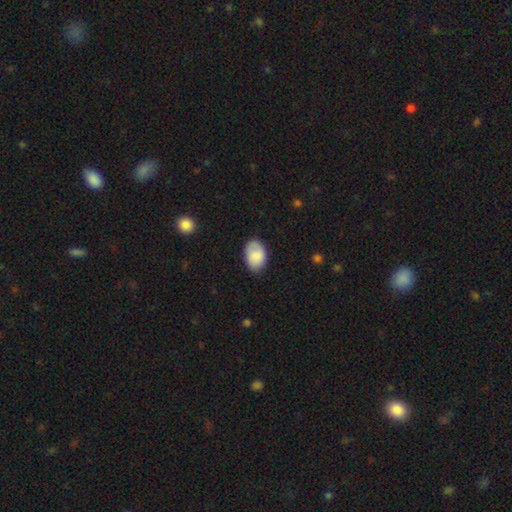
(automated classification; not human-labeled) Smooth or featured: smooth — 84% (featured or disk — 10%)
How rounded: in between — 85% (round — 13%)
Merging: none — 75% (minor disturbance — 20%)